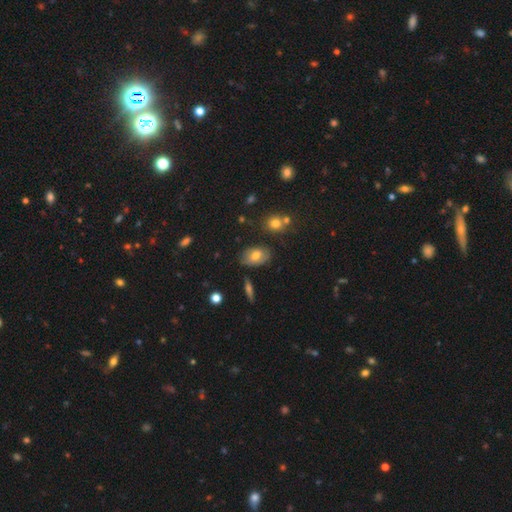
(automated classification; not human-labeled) smooth_or_featured: smooth (p=0.65) [alt: featured or disk p=0.26]
how_rounded: in between (p=0.86) [alt: round p=0.12]
merging: none (p=0.72) [alt: minor disturbance p=0.20]